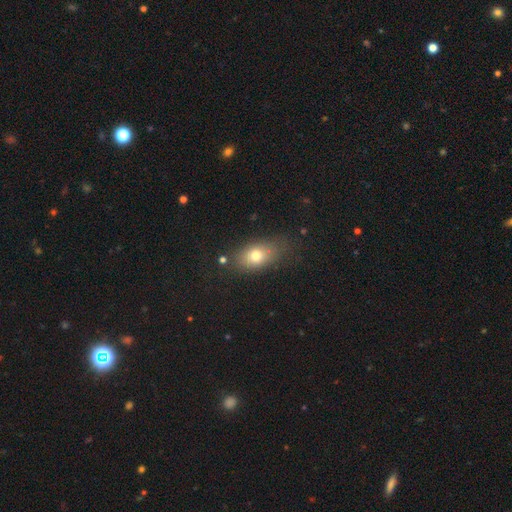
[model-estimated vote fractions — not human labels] The model was most divided on "merging": none: 72%, minor disturbance: 17%, major disturbance: 7%, merger: 4%. More confident: how rounded — in between (78%); smooth or featured — smooth (74%).